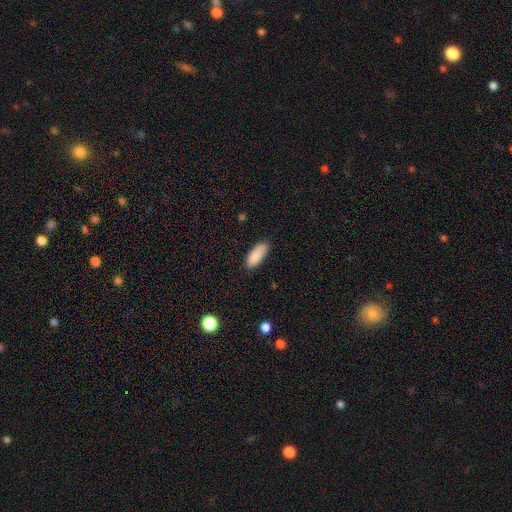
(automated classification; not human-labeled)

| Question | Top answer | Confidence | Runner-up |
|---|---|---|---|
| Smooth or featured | smooth | 88% | star or artifact (7%) |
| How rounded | in between | 75% | cigar-shaped (23%) |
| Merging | none | 78% | minor disturbance (17%) |